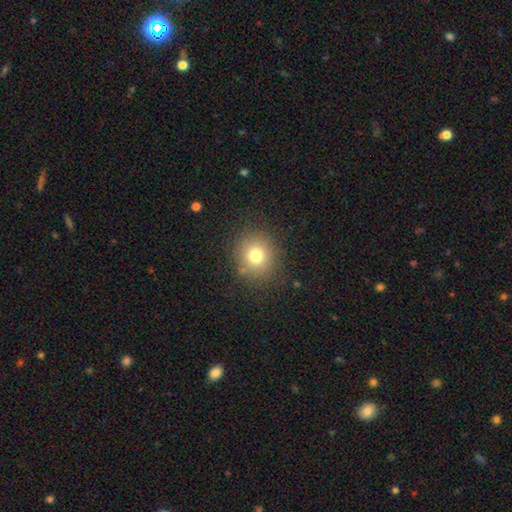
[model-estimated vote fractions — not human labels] smooth 75%, star or artifact 14%, featured or disk 11%. Down the decision tree: how rounded — round (82%); merging — none (84%).